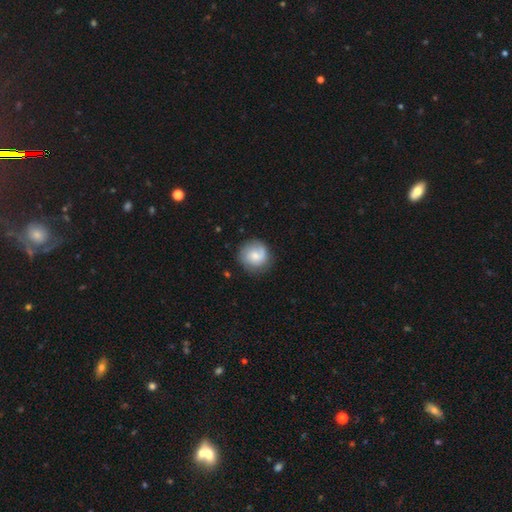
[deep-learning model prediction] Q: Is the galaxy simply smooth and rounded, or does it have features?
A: smooth — 54%.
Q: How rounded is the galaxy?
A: round — 91%.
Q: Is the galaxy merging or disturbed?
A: none — 78%.